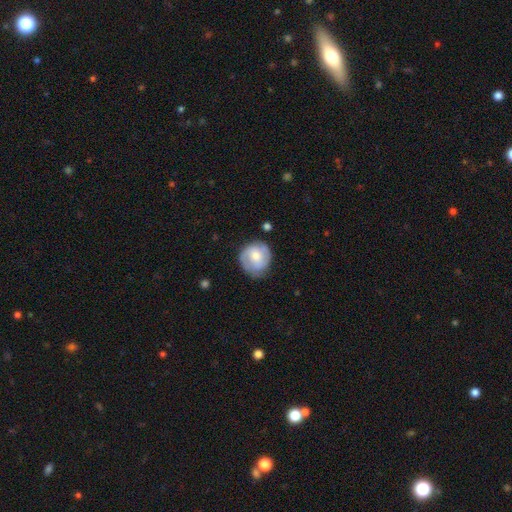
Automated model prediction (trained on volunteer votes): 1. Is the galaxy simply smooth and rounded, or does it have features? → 56% featured or disk, 38% smooth, 6% star or artifact.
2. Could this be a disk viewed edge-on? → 97% no, 3% yes.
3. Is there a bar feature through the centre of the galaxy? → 56% no, 35% weak, 8% strong.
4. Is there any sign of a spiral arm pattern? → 83% yes, 17% no.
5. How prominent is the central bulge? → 55% moderate, 36% small, 5% large, 3% none, 1% dominant.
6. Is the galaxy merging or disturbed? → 72% none, 20% minor disturbance, 6% major disturbance, 2% merger.